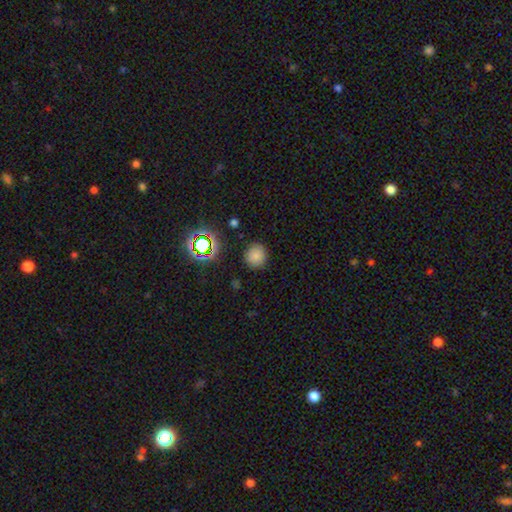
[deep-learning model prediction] A smooth galaxy with no disk features (78%) that is round (90%).

Vote fractions:
- Smooth or featured? smooth: 78% / star or artifact: 17% / featured or disk: 6%
- How rounded? round: 90% / in between: 9% / cigar-shaped: 1%
- Merging? none: 88% / minor disturbance: 8% / major disturbance: 3% / merger: 2%